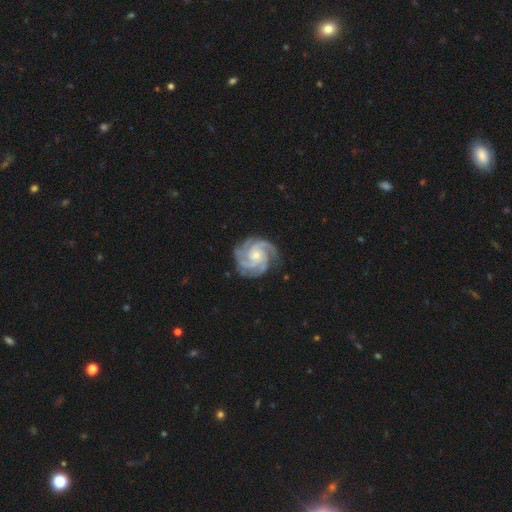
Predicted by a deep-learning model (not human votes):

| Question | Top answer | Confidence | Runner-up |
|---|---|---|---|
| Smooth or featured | featured or disk | 93% | star or artifact (4%) |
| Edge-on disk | no | 98% | yes (2%) |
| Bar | no | 75% | weak (20%) |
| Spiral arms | yes | 99% | no (1%) |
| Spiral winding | tight | 65% | medium (32%) |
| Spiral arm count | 3 | 43% | 4 (31%) |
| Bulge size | small | 72% | moderate (24%) |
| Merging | none | 81% | minor disturbance (14%) |